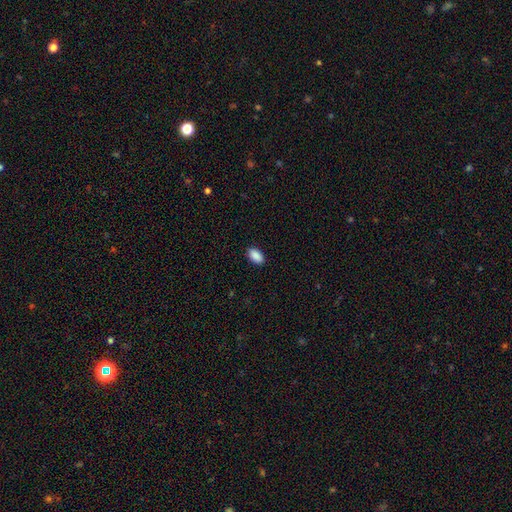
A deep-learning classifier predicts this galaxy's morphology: smooth 90%, star or artifact 7%, featured or disk 2%. Down the decision tree: how rounded — in between (94%); merging — none (90%).